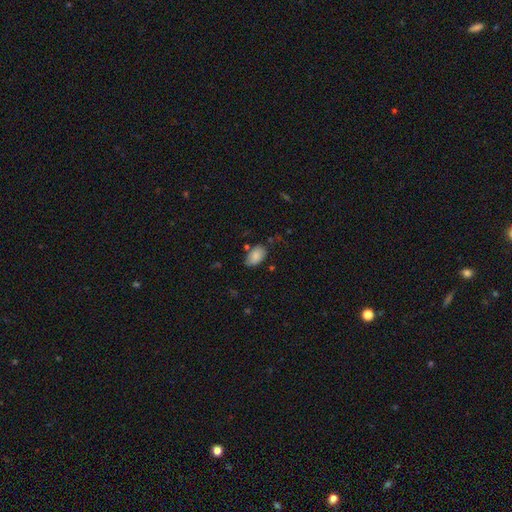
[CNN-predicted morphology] Smooth or featured?
  - smooth: 86% *
  - star or artifact: 7%
  - featured or disk: 6%
How rounded?
  - in between: 92% *
  - round: 6%
  - cigar-shaped: 1%
Merging?
  - none: 72% *
  - minor disturbance: 20%
  - major disturbance: 4%
  - merger: 4%